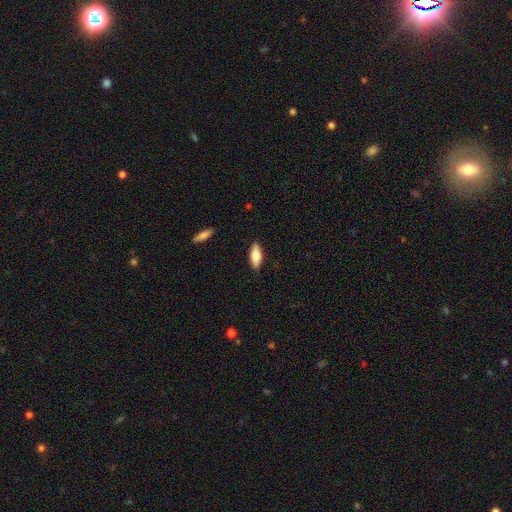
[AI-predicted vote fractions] Smooth or featured? Predicted: smooth (p=0.71). How rounded? Predicted: in between (p=0.70). Merging? Predicted: none (p=0.88).